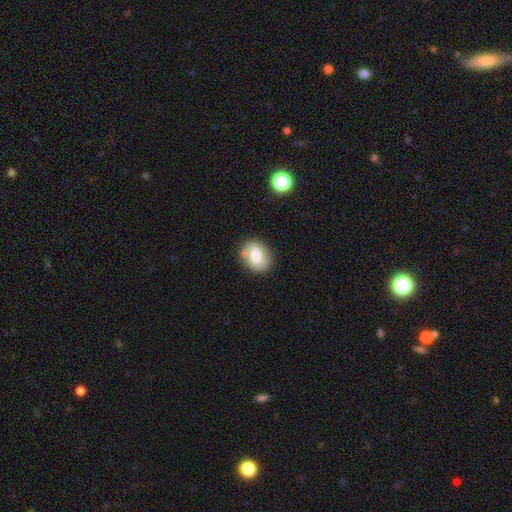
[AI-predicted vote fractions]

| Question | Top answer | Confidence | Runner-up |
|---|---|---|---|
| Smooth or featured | smooth | 71% | featured or disk (21%) |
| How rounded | in between | 60% | round (39%) |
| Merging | none | 68% | minor disturbance (18%) |